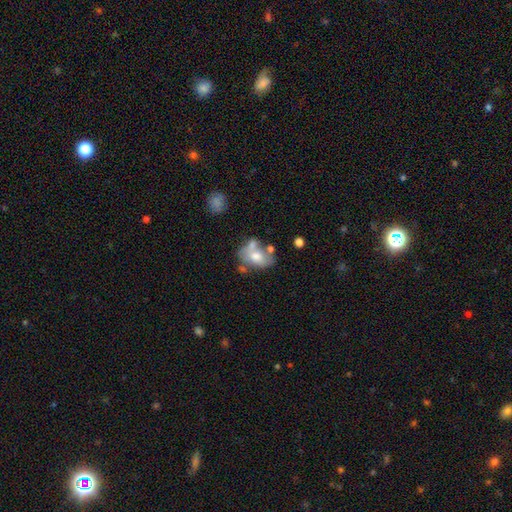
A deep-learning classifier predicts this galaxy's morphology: Smooth or featured: smooth — 58% (featured or disk — 34%)
How rounded: in between — 80% (round — 18%)
Merging: merger — 35% (none — 33%)